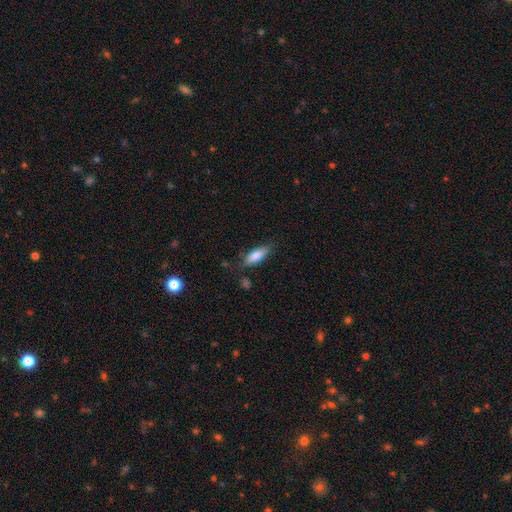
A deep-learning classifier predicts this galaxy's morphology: Smooth or featured?
  - smooth: 80% *
  - featured or disk: 13%
  - star or artifact: 7%
How rounded?
  - in between: 67% *
  - cigar-shaped: 31%
  - round: 2%
Merging?
  - none: 72% *
  - minor disturbance: 20%
  - major disturbance: 4%
  - merger: 3%